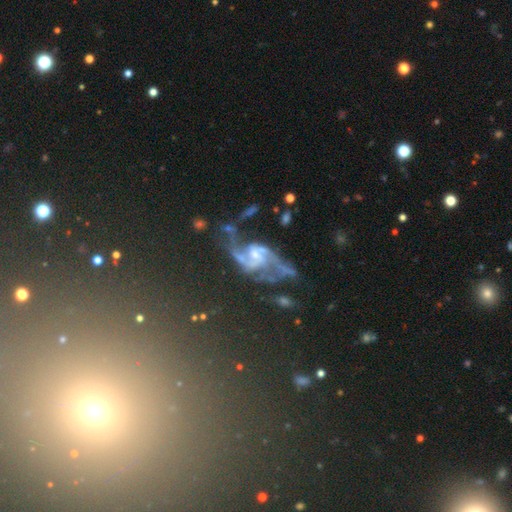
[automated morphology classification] This appears to be a featured or disk galaxy (84%) with a weak bar (45%), 2 (80%) loose (55%) spiral arms (94%) and a small central bulge (49%). Merging: none (36%).